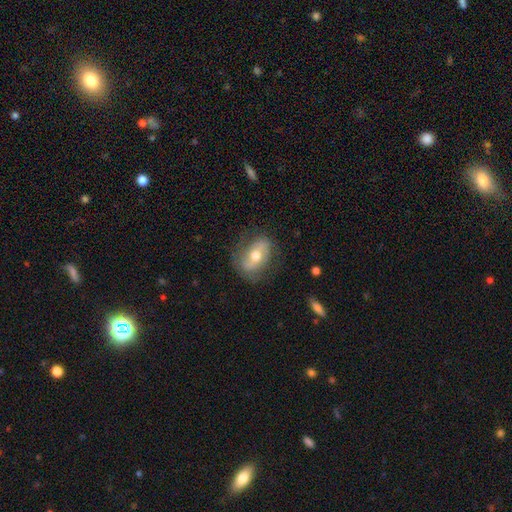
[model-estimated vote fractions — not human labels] This appears to be a featured or disk galaxy (53%). Merging: none (72%).